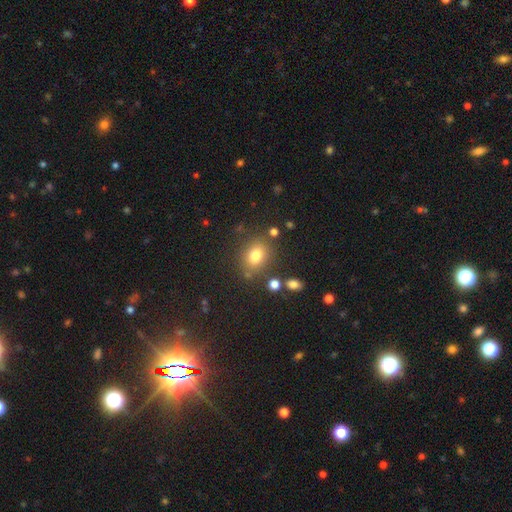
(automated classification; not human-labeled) smooth 79%, star or artifact 13%, featured or disk 9%. Down the decision tree: how rounded — in between (58%); merging — none (76%).